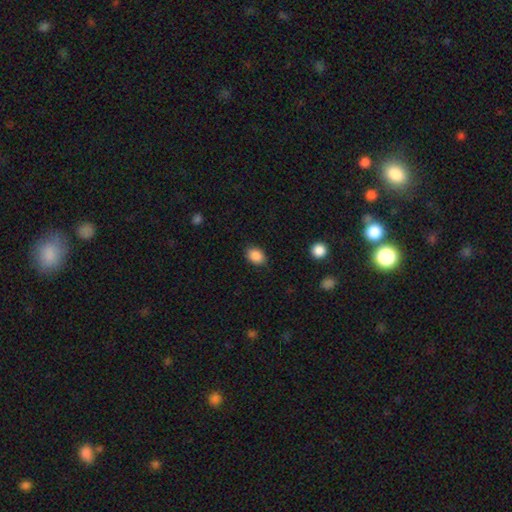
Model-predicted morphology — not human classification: smooth-or-featured: smooth: 88% | star or artifact: 8% | featured or disk: 3%
  how-rounded: in between: 69% | round: 30% | cigar-shaped: 1%
  merging: none: 85% | minor disturbance: 11% | major disturbance: 3% | merger: 1%